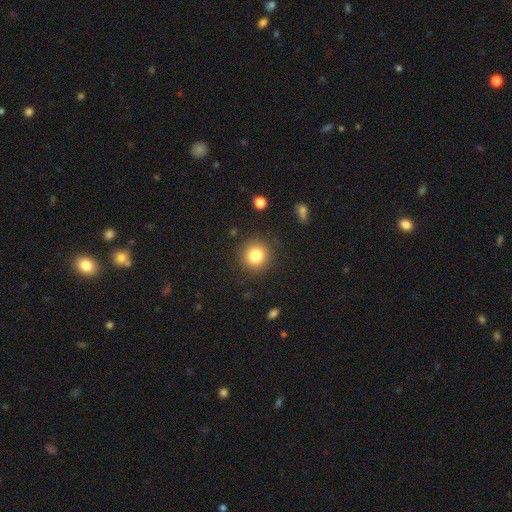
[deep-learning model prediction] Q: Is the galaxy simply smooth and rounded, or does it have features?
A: smooth — 82%.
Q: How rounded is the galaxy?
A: round — 92%.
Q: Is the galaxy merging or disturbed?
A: none — 88%.